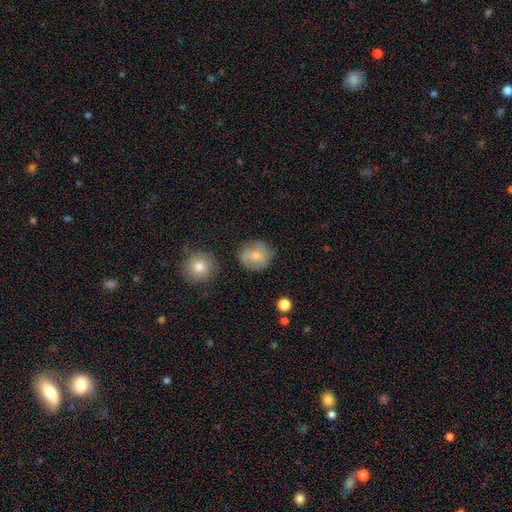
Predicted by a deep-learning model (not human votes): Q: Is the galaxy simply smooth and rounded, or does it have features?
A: smooth — 63%.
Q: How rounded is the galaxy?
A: round — 86%.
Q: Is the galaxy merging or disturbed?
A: none — 74%.